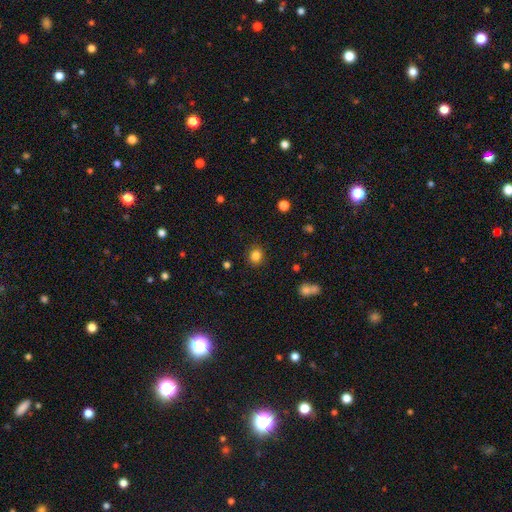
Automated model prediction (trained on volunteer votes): Smooth or featured? Predicted: smooth (p=0.84). How rounded? Predicted: round (p=0.79). Merging? Predicted: none (p=0.88).